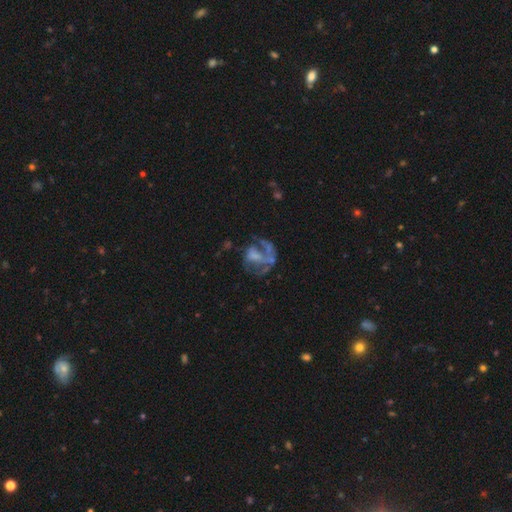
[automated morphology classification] smooth_or_featured: featured or disk (p=0.66) [alt: smooth p=0.21]
disk_edge_on: no (p=0.98) [alt: yes p=0.02]
bar: no (p=0.70) [alt: weak p=0.22]
has_spiral_arms: no (p=0.51) [alt: yes p=0.49]
bulge_size: none (p=0.51) [alt: moderate p=0.21]
merging: major disturbance (p=0.40) [alt: none p=0.36]